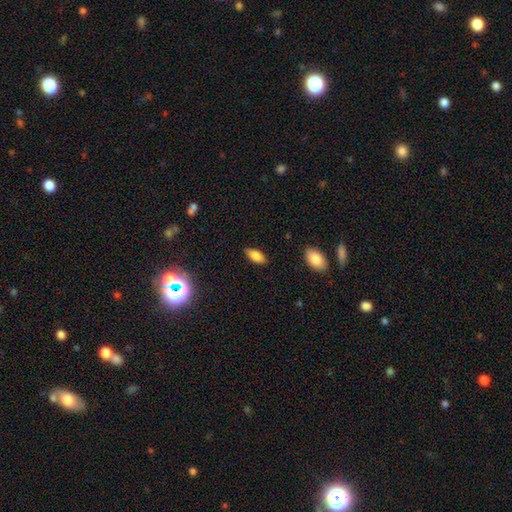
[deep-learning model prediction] Overall: smooth (84%). How rounded: in between (88%). Merging: none (85%).